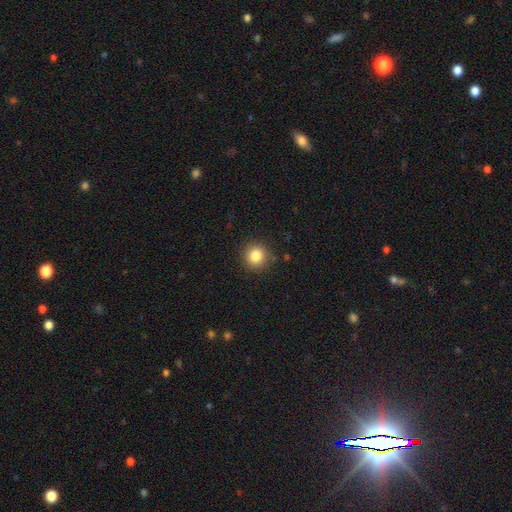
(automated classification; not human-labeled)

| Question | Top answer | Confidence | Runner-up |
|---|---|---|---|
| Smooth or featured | smooth | 84% | star or artifact (11%) |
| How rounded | round | 93% | in between (6%) |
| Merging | none | 89% | minor disturbance (7%) |